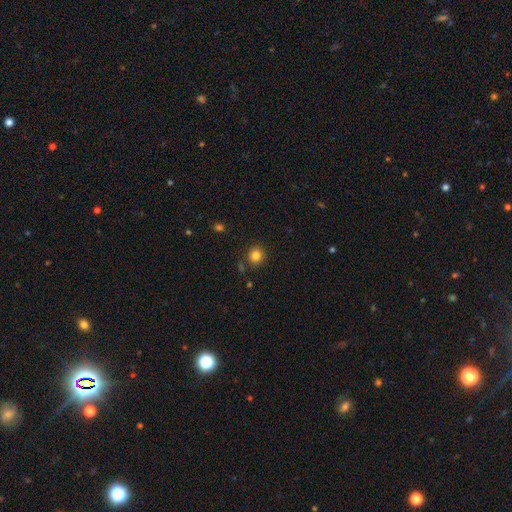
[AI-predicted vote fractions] Smooth or featured? smooth (83%)
How rounded? round (89%)
Merging? none (85%)